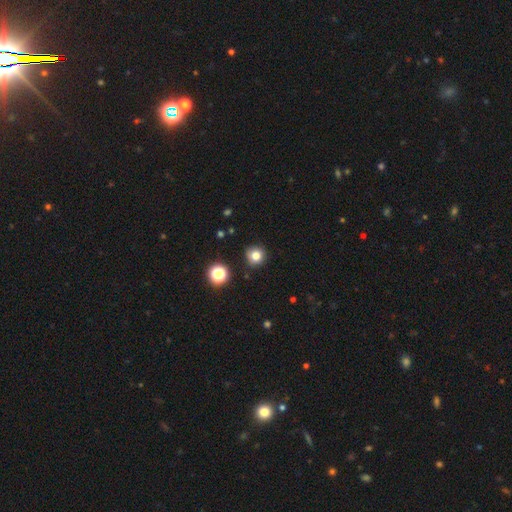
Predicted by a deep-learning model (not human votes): The model was most divided on "smooth or featured": smooth: 79%, star or artifact: 15%, featured or disk: 6%. More confident: how rounded — round (93%); merging — none (88%).